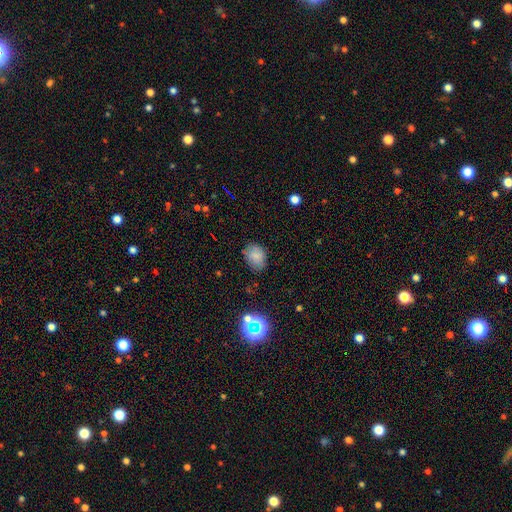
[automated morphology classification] smooth 78%, star or artifact 12%, featured or disk 10%. Down the decision tree: how rounded — in between (65%); merging — none (74%).